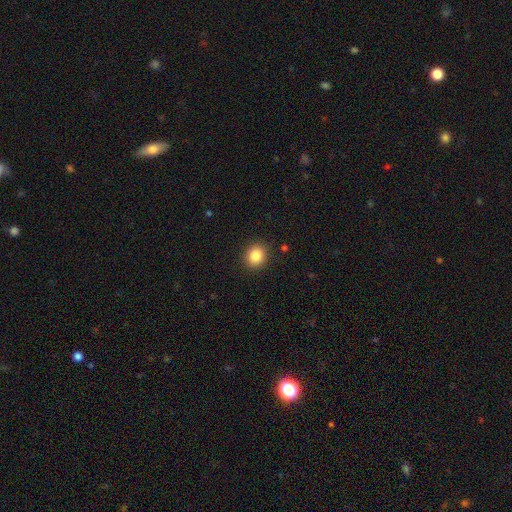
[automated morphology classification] smooth-or-featured: smooth: 86% | star or artifact: 10% | featured or disk: 5%
  how-rounded: round: 78% | in between: 22% | cigar-shaped: 1%
  merging: none: 90% | minor disturbance: 7% | major disturbance: 2% | merger: 1%